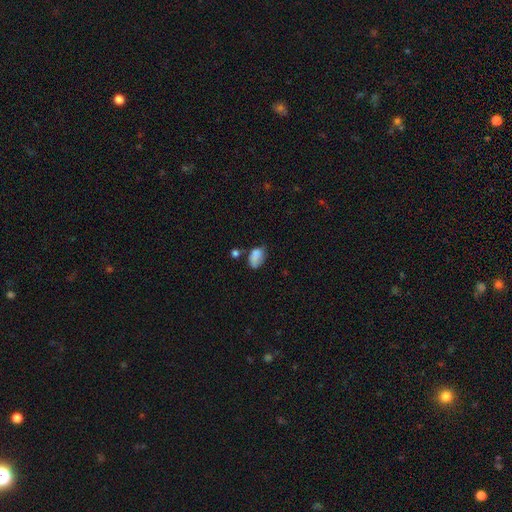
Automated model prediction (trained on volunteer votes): smooth 78%, featured or disk 12%, star or artifact 10%. Down the decision tree: how rounded — in between (86%); merging — none (40%).